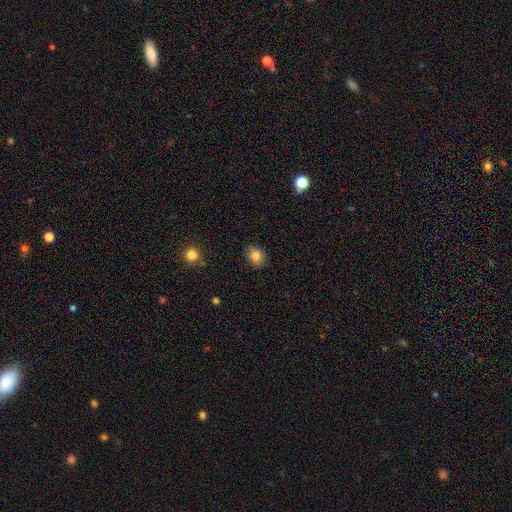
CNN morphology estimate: Smooth or featured?
  - smooth: 81% *
  - star or artifact: 10%
  - featured or disk: 8%
How rounded?
  - in between: 60% *
  - round: 39%
  - cigar-shaped: 1%
Merging?
  - none: 83% *
  - minor disturbance: 13%
  - major disturbance: 2%
  - merger: 1%